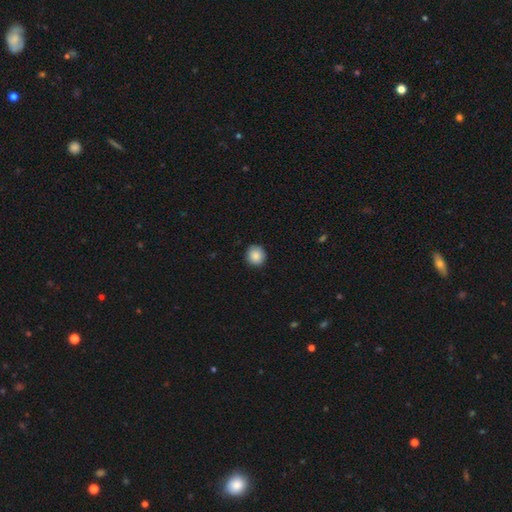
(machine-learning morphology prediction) The model was most divided on "smooth or featured": smooth: 88%, star or artifact: 8%, featured or disk: 4%. More confident: how rounded — round (91%); merging — none (90%).